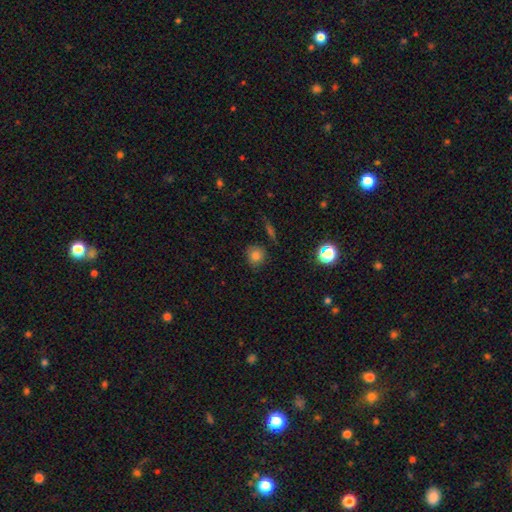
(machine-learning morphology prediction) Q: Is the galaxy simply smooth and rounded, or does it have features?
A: smooth — 78%.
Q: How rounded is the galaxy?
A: round — 86%.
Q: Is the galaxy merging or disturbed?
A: none — 81%.